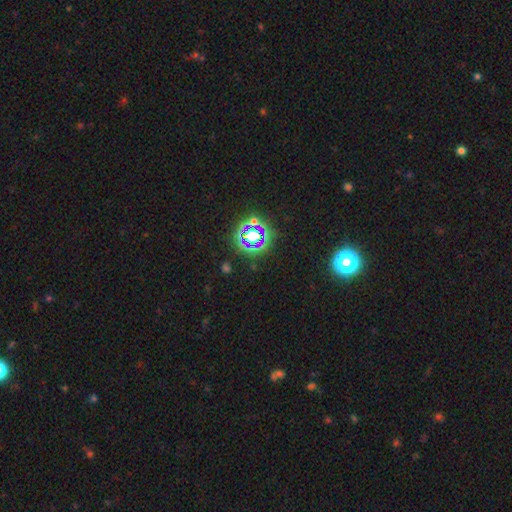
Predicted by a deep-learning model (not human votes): This is likely a star or artifact rather than a galaxy (78%).